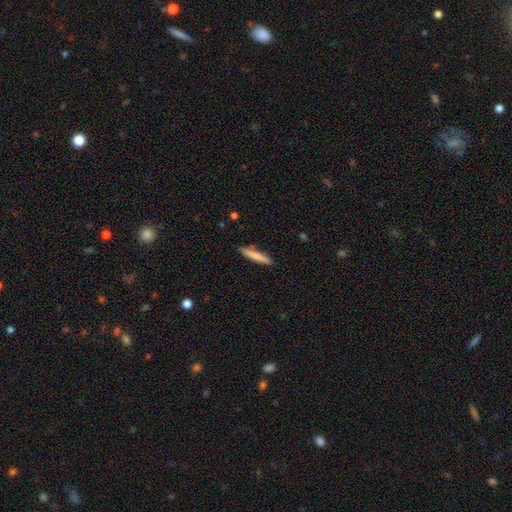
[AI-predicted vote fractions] Q: Smooth or featured?
A: smooth (76%); runner-up: featured or disk (18%)
Q: How rounded?
A: cigar-shaped (93%); runner-up: in between (6%)
Q: Merging?
A: none (87%); runner-up: minor disturbance (9%)